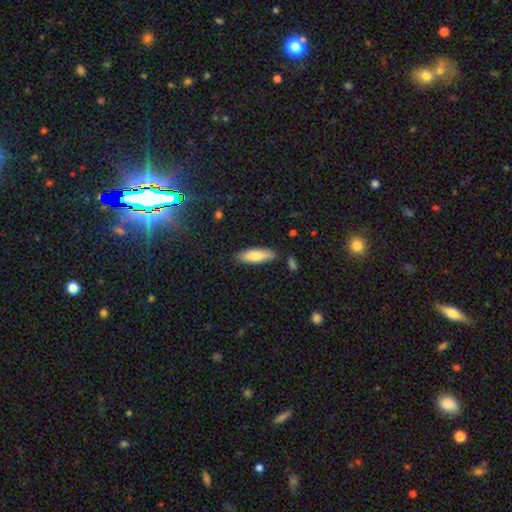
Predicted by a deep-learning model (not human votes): Smooth or featured: smooth — 76% (featured or disk — 18%)
How rounded: in between — 52% (cigar-shaped — 46%)
Merging: none — 84% (minor disturbance — 11%)